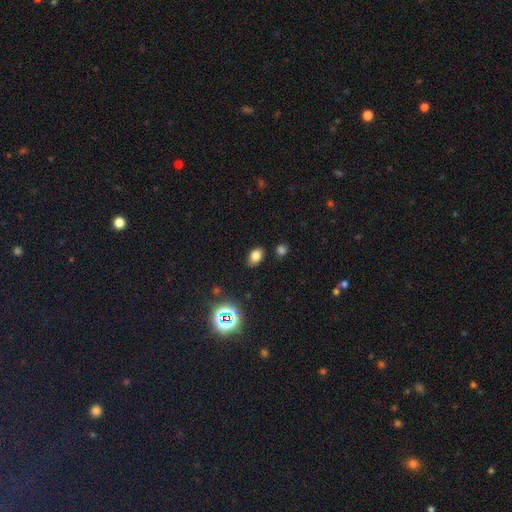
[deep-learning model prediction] smooth-or-featured: smooth: 76% | star or artifact: 16% | featured or disk: 8%
  how-rounded: in between: 85% | round: 14% | cigar-shaped: 1%
  merging: none: 83% | minor disturbance: 11% | merger: 3% | major disturbance: 3%